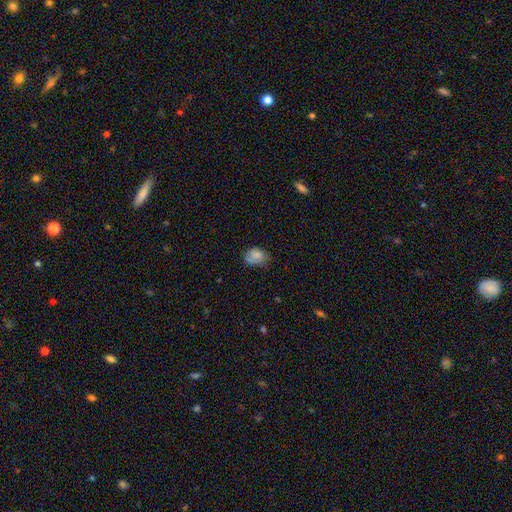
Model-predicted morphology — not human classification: Overall: smooth (77%). How rounded: in between (69%; round 30%). Merging: none (51%; minor disturbance 32%).